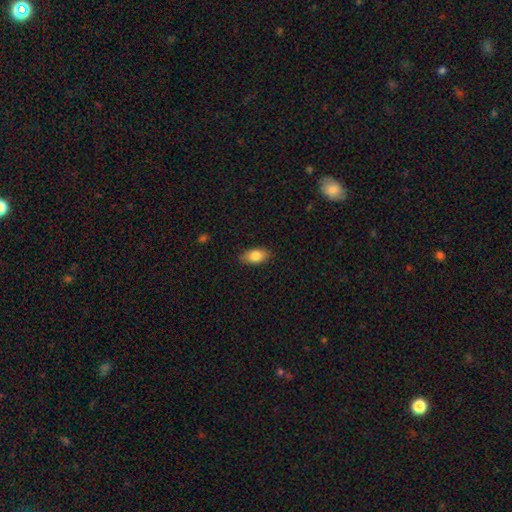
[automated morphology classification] This is clearly a smooth galaxy (83%). How rounded: clearly in between (91%). Merging: clearly none (85%).